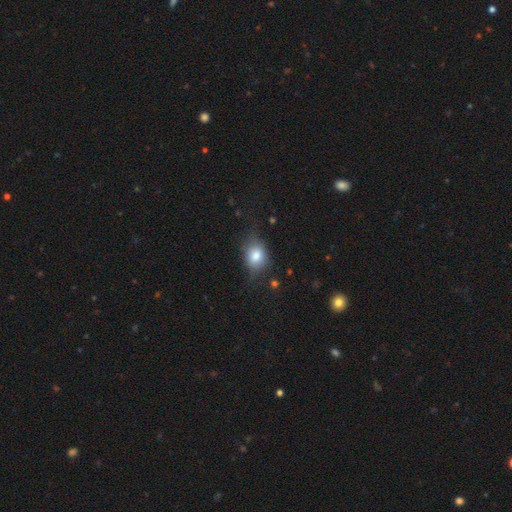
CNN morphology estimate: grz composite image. It shows a smooth galaxy with no disk features (78%) that is in between round and cigar-shaped (62%). Merging: none (59%).